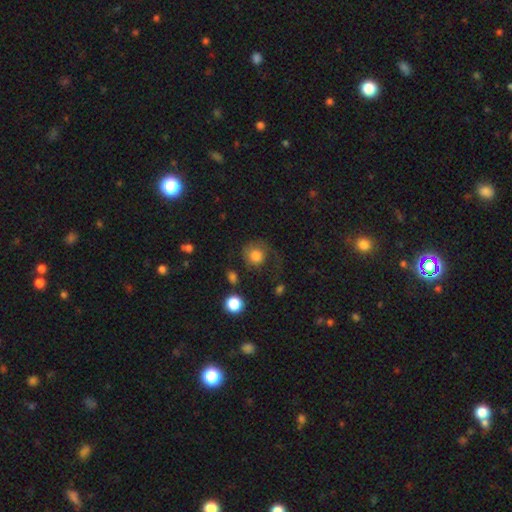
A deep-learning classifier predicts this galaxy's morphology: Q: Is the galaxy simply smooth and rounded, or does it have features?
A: smooth — 71%.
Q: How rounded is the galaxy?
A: round — 82%.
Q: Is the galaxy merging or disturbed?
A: none — 40%.